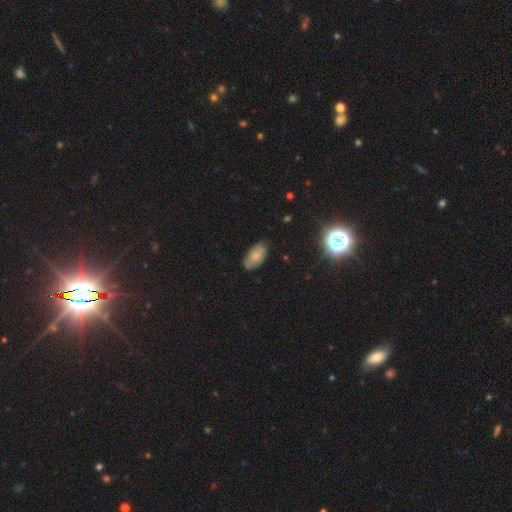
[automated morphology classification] smooth_or_featured: smooth (p=0.71) [alt: featured or disk p=0.19]
how_rounded: in between (p=0.94) [alt: round p=0.03]
merging: none (p=0.72) [alt: minor disturbance p=0.22]